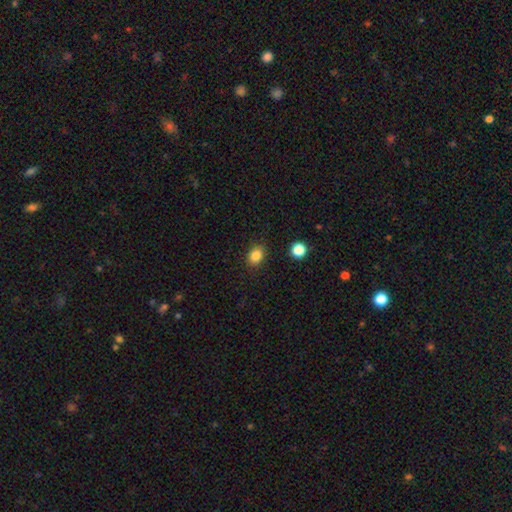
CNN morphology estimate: Smooth or featured? smooth (84%)
How rounded? in between (59%)
Merging? none (87%)